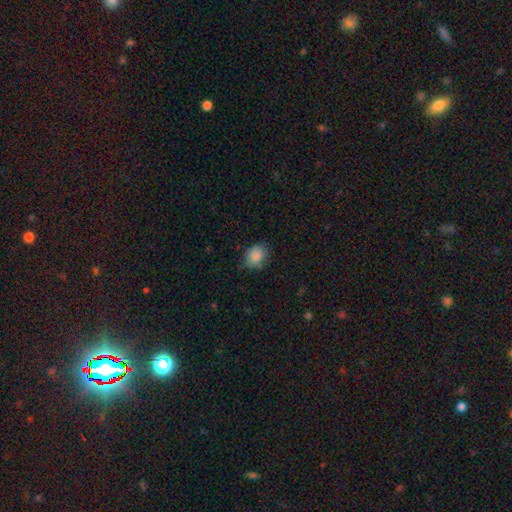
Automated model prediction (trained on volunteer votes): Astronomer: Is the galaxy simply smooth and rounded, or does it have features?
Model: smooth — 85%.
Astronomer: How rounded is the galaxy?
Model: round — 52% (runner-up: in between, 47%).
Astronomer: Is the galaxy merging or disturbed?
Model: none — 62%.